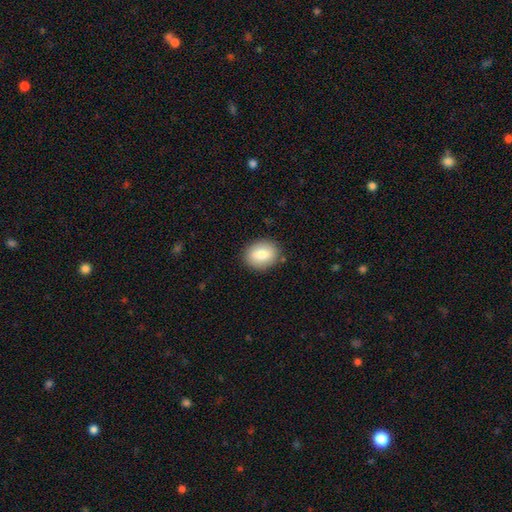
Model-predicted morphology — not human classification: A smooth galaxy with no disk features (80%) that is in between round and cigar-shaped (50%).

Vote fractions:
- Smooth or featured? smooth: 80% / featured or disk: 12% / star or artifact: 9%
- How rounded? in between: 50% / round: 49% / cigar-shaped: 1%
- Merging? none: 89% / minor disturbance: 8% / major disturbance: 2% / merger: 1%